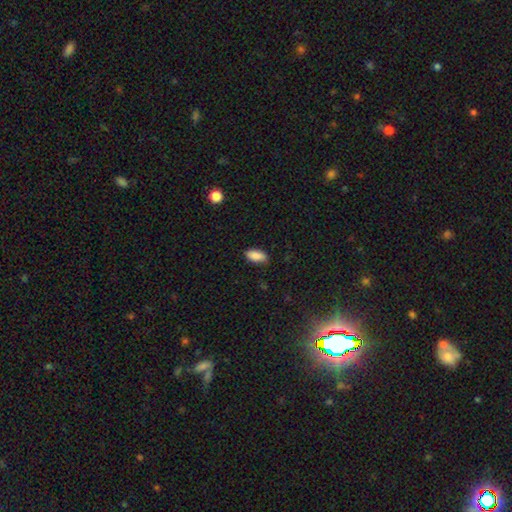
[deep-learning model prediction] A smooth galaxy with no disk features (89%) that is in between round and cigar-shaped (90%). Merging: none (83%).